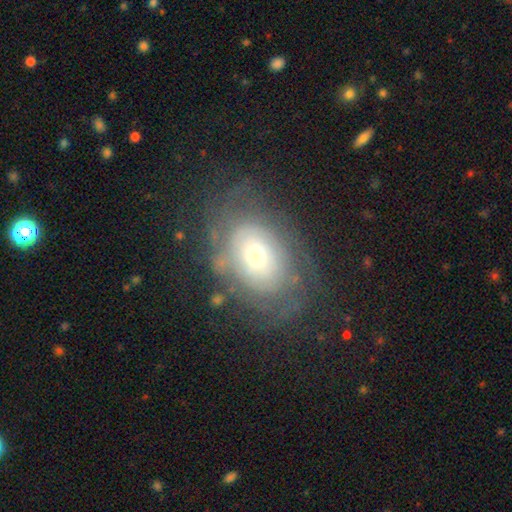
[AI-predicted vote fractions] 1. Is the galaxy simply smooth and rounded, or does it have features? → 58% featured or disk, 33% smooth, 9% star or artifact.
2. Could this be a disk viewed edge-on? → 95% no, 5% yes.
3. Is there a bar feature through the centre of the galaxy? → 82% no, 15% weak, 4% strong.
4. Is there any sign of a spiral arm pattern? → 62% yes, 38% no.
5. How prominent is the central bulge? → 52% moderate, 34% small, 11% large, 2% dominant, 1% none.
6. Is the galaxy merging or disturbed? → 59% none, 21% minor disturbance, 17% major disturbance, 2% merger.